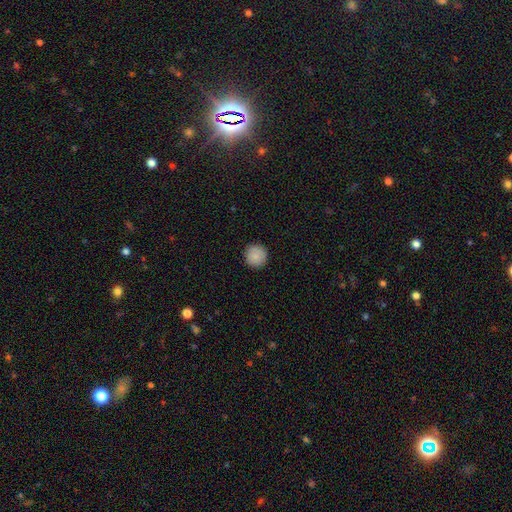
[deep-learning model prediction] This is clearly a smooth galaxy (87%). How rounded: clearly round (95%). Merging: clearly none (91%).